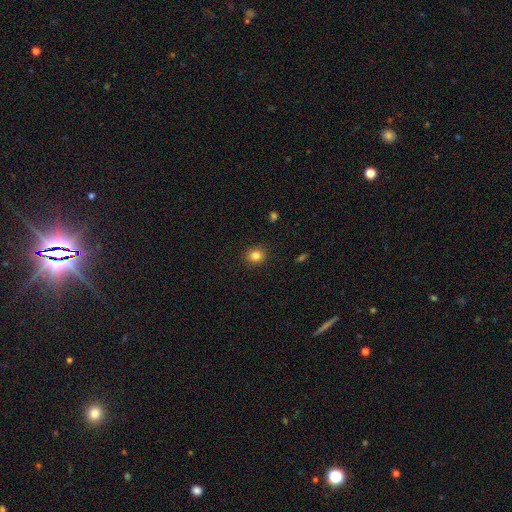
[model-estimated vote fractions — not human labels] Q: Smooth or featured?
A: smooth (84%); runner-up: star or artifact (11%)
Q: How rounded?
A: round (81%); runner-up: in between (18%)
Q: Merging?
A: none (90%); runner-up: minor disturbance (7%)